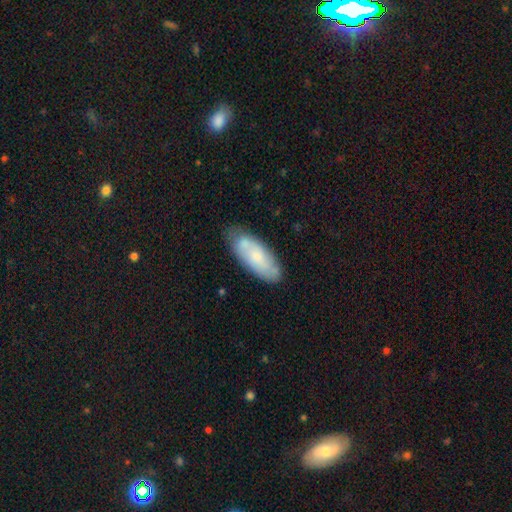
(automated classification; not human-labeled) Q: Smooth or featured?
A: smooth (60%); runner-up: featured or disk (33%)
Q: How rounded?
A: in between (72%); runner-up: cigar-shaped (26%)
Q: Merging?
A: none (69%); runner-up: minor disturbance (22%)